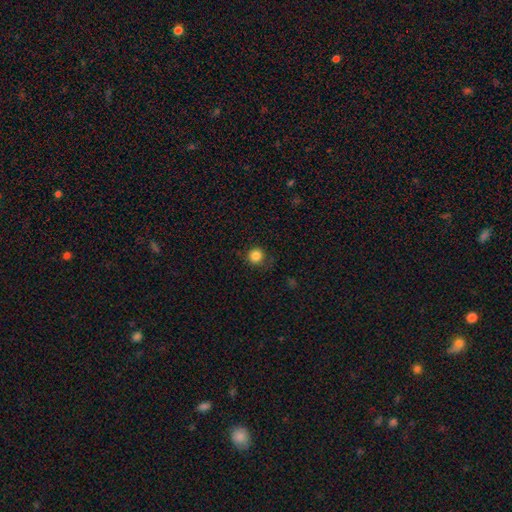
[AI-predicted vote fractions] This appears to be a smooth galaxy with no disk features (84%) that is round (93%). Merging: none (82%).